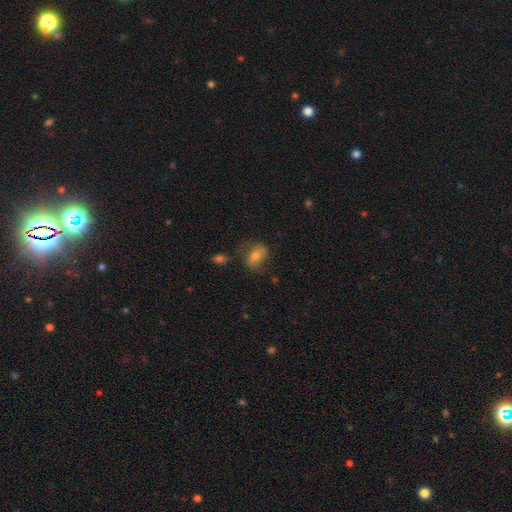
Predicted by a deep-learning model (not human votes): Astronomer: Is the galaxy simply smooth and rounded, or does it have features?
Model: smooth — 57% (runner-up: featured or disk, 33%).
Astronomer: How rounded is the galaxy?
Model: in between — 70%.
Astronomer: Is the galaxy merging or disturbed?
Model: none — 61%.